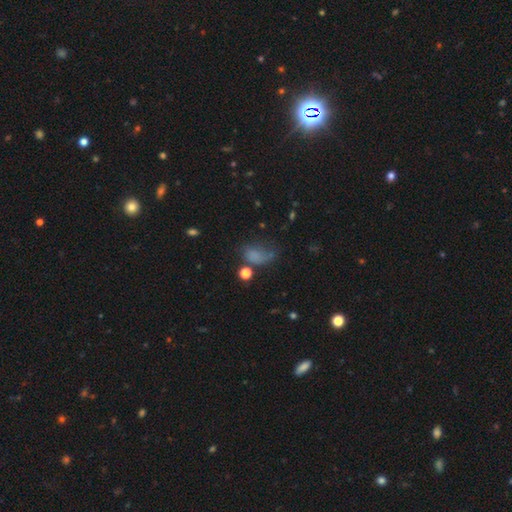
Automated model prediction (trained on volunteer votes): Q: Smooth or featured?
A: smooth (65%); runner-up: star or artifact (19%)
Q: How rounded?
A: in between (76%); runner-up: round (21%)
Q: Merging?
A: none (37%); runner-up: major disturbance (29%)